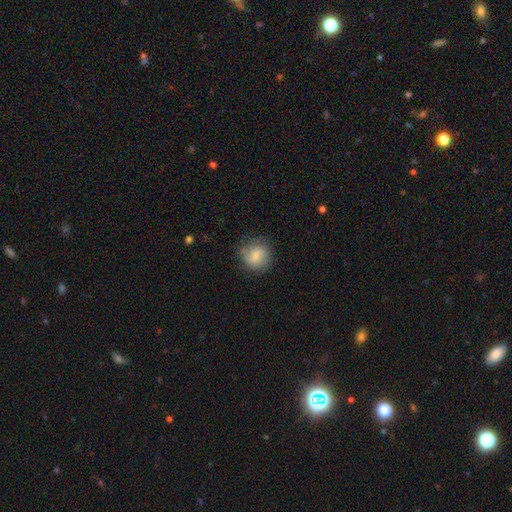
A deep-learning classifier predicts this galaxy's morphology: This appears to be a smooth galaxy with no disk features (71%) that is round (83%). Merging: none (71%).